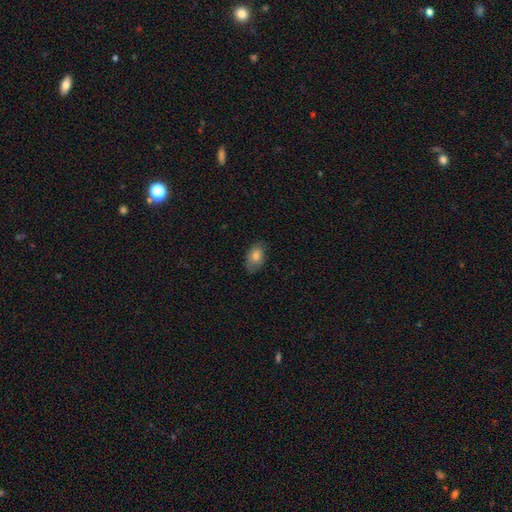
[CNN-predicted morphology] Smooth or featured?
  - smooth: 76% *
  - featured or disk: 16%
  - star or artifact: 8%
How rounded?
  - in between: 88% *
  - round: 10%
  - cigar-shaped: 2%
Merging?
  - none: 77% *
  - minor disturbance: 18%
  - major disturbance: 4%
  - merger: 1%